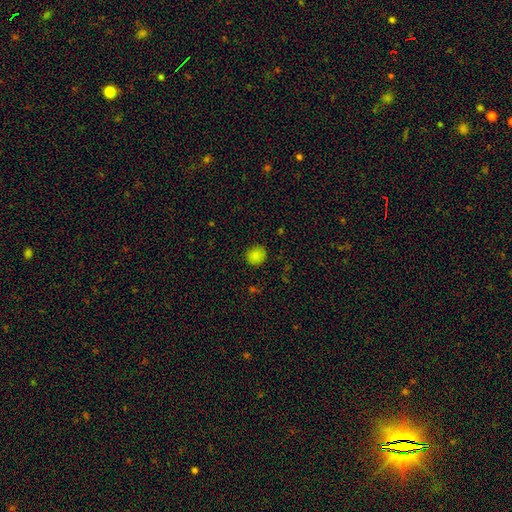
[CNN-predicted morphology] type=smooth (84%); roundness=round (85%); merging=none (87%).